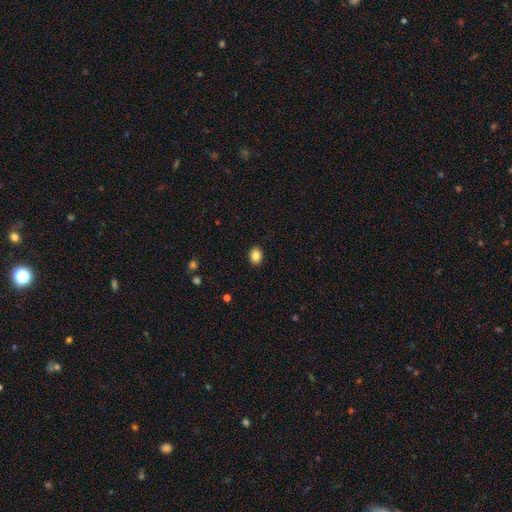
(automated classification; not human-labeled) Overall: smooth (86%). How rounded: in between (56%; round 43%). Merging: none (90%).